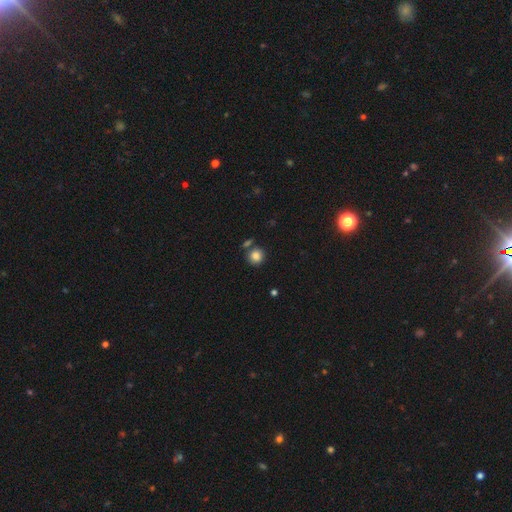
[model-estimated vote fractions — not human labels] Smooth or featured? Predicted: smooth (p=0.84). How rounded? Predicted: round (p=0.89). Merging? Predicted: none (p=0.73).